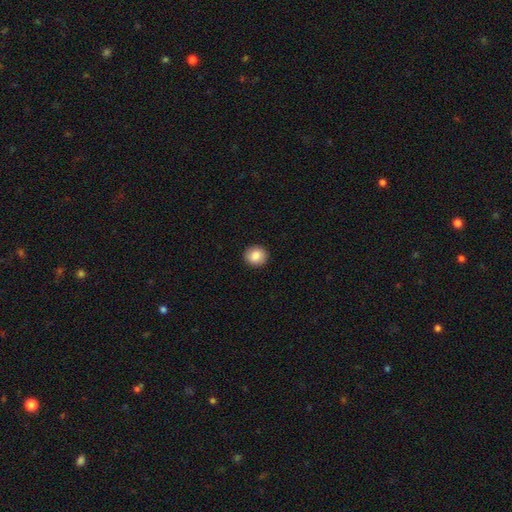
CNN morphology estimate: smooth_or_featured: smooth (p=0.85) [alt: star or artifact p=0.08]
how_rounded: round (p=0.87) [alt: in between p=0.12]
merging: none (p=0.92) [alt: minor disturbance p=0.05]